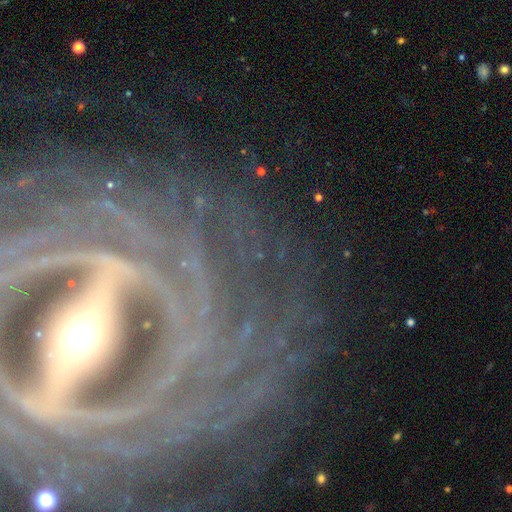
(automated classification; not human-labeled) This is clearly a featured or disk galaxy (87%). It is clearly not viewed edge-on (84%). Bar: likely strong (78%). Spiral arm pattern: clearly yes (89%). Spiral arm count: marginally can't tell (27%). Spiral winding: likely tight (73%). Central bulge: possibly moderate (56%). Merging: likely none (76%).